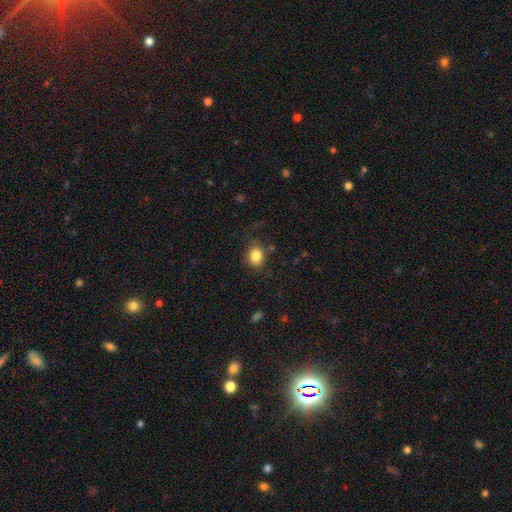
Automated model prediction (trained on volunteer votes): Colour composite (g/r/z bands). It shows a smooth galaxy with no disk features (84%) that is in between round and cigar-shaped (55%). Merging: none (81%).